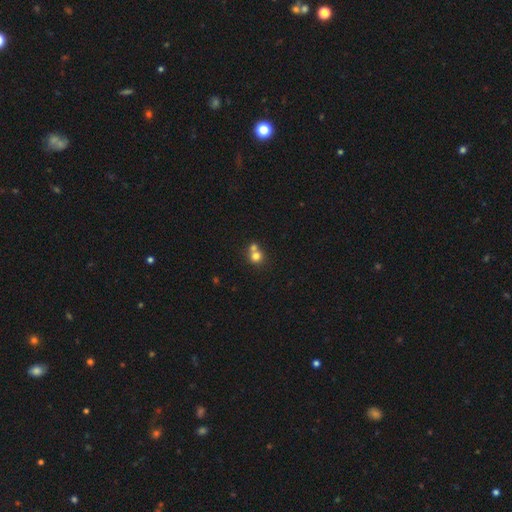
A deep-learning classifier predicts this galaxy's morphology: smooth 76%, star or artifact 12%, featured or disk 12%. Down the decision tree: how rounded — round (86%); merging — merger (51%).